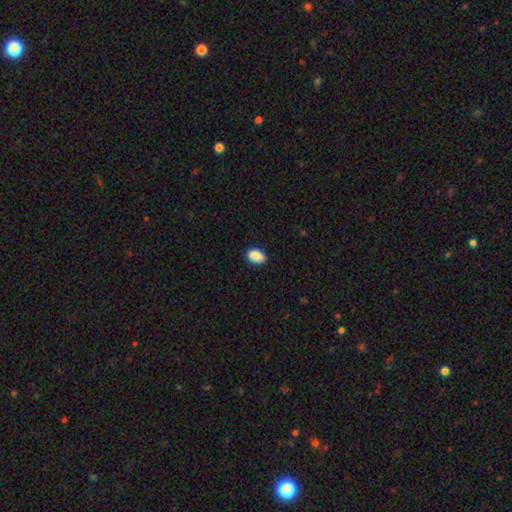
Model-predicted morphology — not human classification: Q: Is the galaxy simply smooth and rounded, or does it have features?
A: smooth — 90%.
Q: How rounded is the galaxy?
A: in between — 87%.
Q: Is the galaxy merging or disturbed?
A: none — 86%.